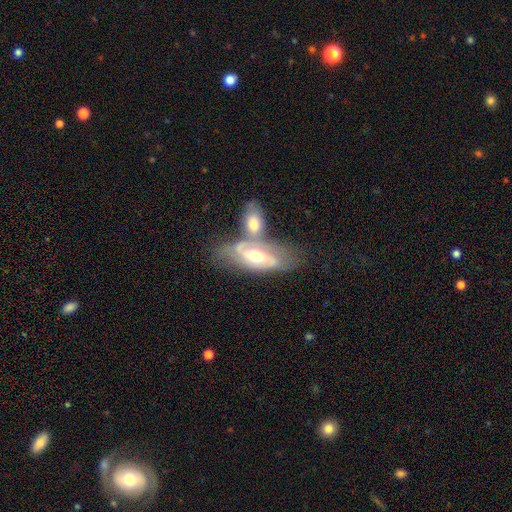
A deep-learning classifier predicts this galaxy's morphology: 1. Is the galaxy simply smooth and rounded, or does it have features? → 63% featured or disk, 31% smooth, 6% star or artifact.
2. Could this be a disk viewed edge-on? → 82% no, 18% yes.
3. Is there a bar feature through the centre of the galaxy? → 51% no, 34% weak, 15% strong.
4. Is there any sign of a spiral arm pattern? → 67% yes, 33% no.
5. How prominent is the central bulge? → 67% moderate, 24% small, 6% large, 1% none, 1% dominant.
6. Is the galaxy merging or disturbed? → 50% merger, 29% none, 14% minor disturbance, 8% major disturbance.